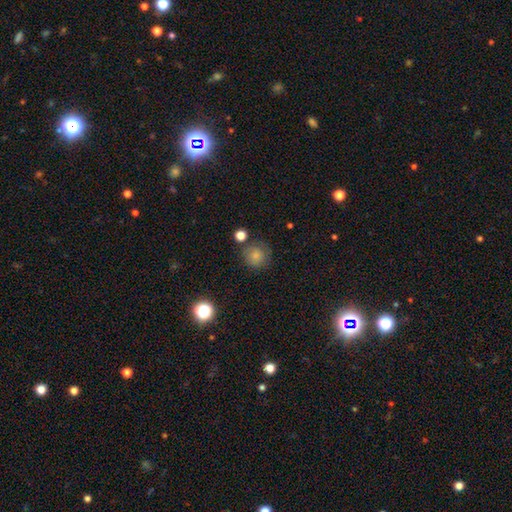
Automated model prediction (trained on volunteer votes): Smooth or featured? Predicted: smooth (p=0.80). How rounded? Predicted: round (p=0.91). Merging? Predicted: none (p=0.74).